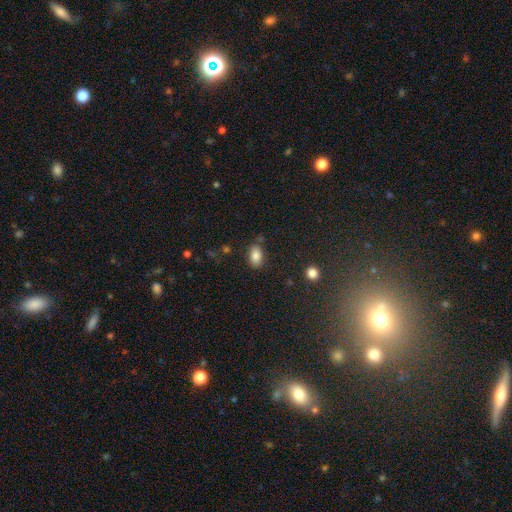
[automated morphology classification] This appears to be a smooth galaxy with no disk features (85%) that is in between round and cigar-shaped (88%). Merging: none (78%).